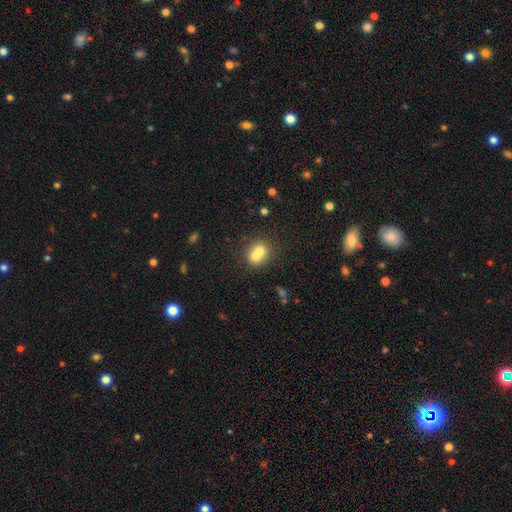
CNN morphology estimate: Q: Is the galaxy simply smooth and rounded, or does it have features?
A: smooth — 67%.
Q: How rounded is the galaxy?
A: round — 75%.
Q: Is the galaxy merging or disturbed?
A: merger — 64%.